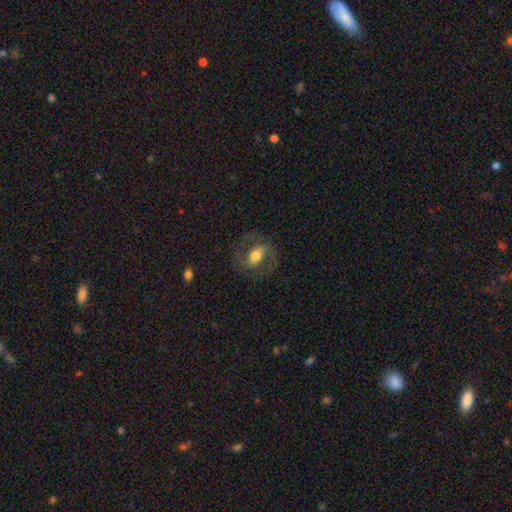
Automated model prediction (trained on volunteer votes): Smooth or featured?
  - featured or disk: 70% *
  - smooth: 23%
  - star or artifact: 7%
Edge-on disk?
  - no: 95% *
  - yes: 5%
Bar?
  - weak: 40% *
  - strong: 31%
  - no: 28%
Spiral arms?
  - yes: 85% *
  - no: 15%
Spiral winding?
  - medium: 55% *
  - tight: 23%
  - loose: 23%
Spiral arm count?
  - 2: 89% *
  - can't tell: 5%
  - 1: 3%
  - 3: 1%
  - 4: 1%
  - more than 4: 1%
Bulge size?
  - moderate: 63% *
  - large: 21%
  - small: 12%
  - dominant: 2%
  - none: 2%
Merging?
  - none: 75% *
  - minor disturbance: 13%
  - major disturbance: 11%
  - merger: 1%